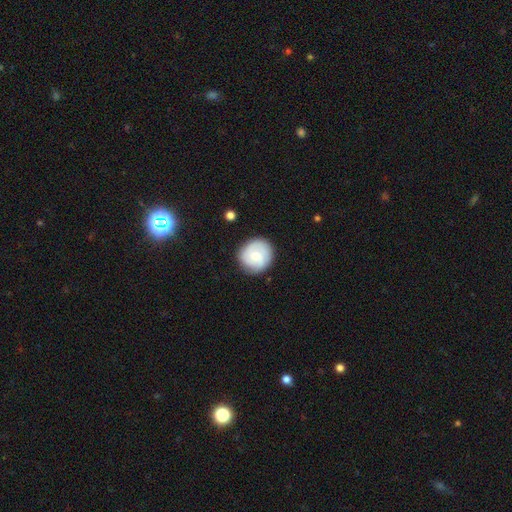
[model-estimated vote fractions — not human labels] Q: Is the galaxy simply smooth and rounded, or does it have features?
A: smooth — 55%.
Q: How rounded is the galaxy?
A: round — 89%.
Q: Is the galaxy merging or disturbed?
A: none — 83%.